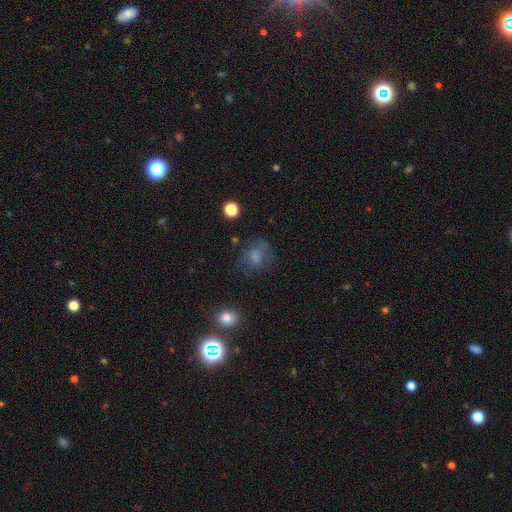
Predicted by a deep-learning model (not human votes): Smooth or featured: smooth — 59% (featured or disk — 24%)
How rounded: round — 52% (in between — 46%)
Merging: none — 54% (minor disturbance — 22%)